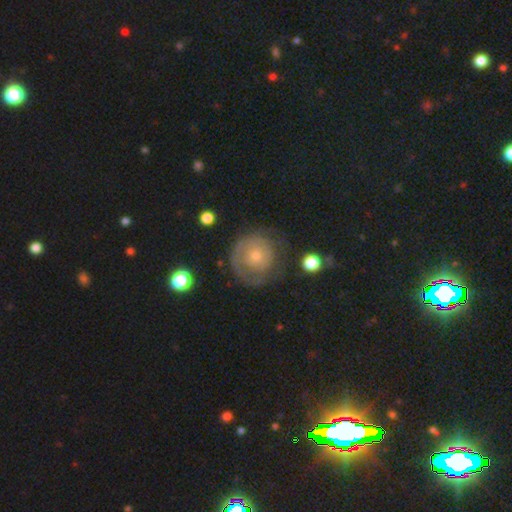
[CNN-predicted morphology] Overall: featured or disk (59%; smooth 32%). Edge-on disk: no (97%). Bar: no (84%). Spiral arms: yes (69%; no 31%). Bulge size: small (61%; moderate 32%). Merging: none (69%).